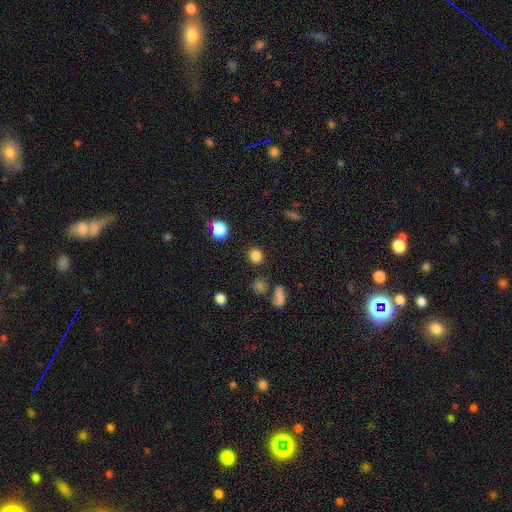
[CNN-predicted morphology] smooth-or-featured: smooth: 82% | star or artifact: 14% | featured or disk: 5%
  how-rounded: round: 75% | in between: 23% | cigar-shaped: 1%
  merging: none: 83% | minor disturbance: 9% | merger: 4% | major disturbance: 4%